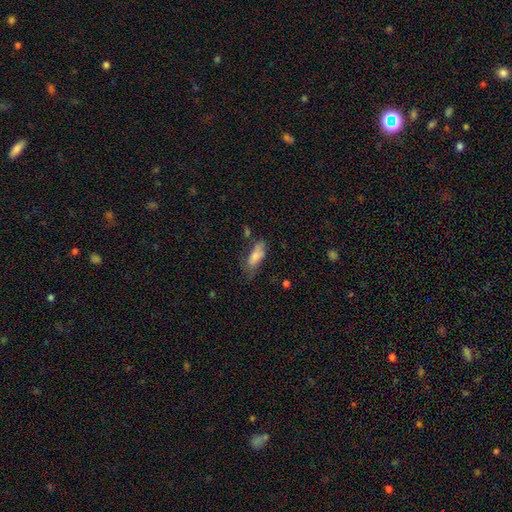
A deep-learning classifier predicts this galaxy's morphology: Smooth or featured? smooth (77%)
How rounded? in between (73%)
Merging? none (44%)